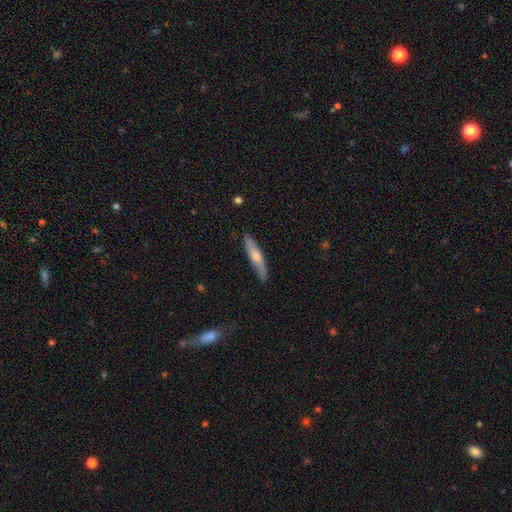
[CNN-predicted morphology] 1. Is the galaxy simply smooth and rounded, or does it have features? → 49% smooth, 45% featured or disk, 6% star or artifact.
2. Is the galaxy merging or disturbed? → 84% none, 13% minor disturbance, 2% major disturbance, 1% merger.